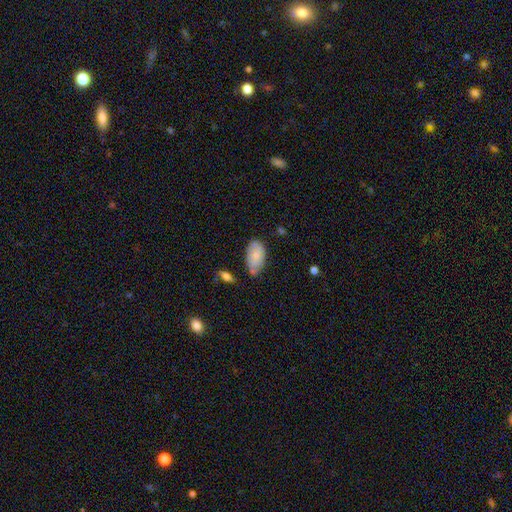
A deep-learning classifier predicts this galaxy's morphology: A smooth galaxy with no disk features (75%) that is in between round and cigar-shaped (94%). Merging: none (61%).